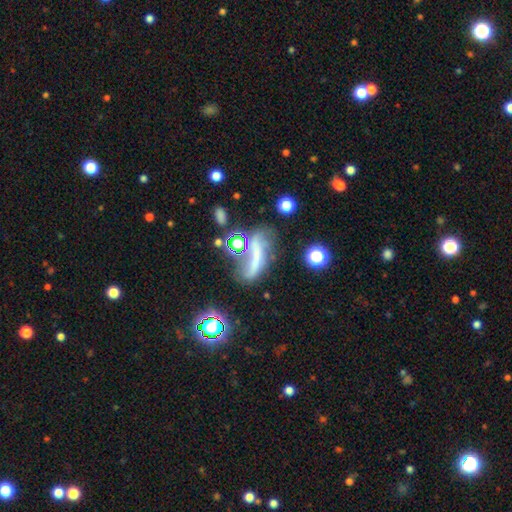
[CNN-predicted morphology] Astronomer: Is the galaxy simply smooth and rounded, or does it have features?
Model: featured or disk — 43% (runner-up: smooth, 37%).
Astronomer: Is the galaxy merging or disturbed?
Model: none — 34% (runner-up: major disturbance, 29%).